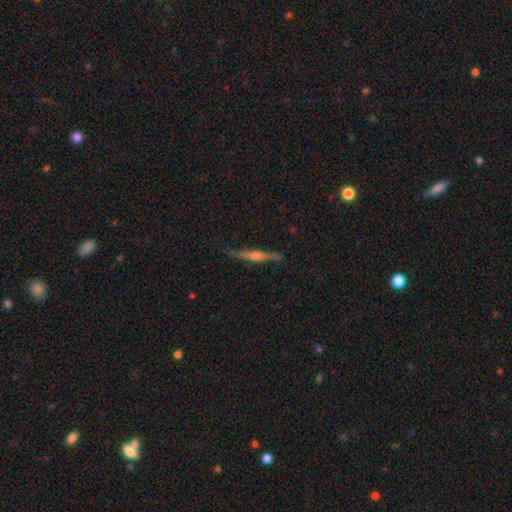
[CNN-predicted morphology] type=featured or disk (74%); edge-on=yes (98%); edge-on bulge=rounded (84%); merging=none (87%).